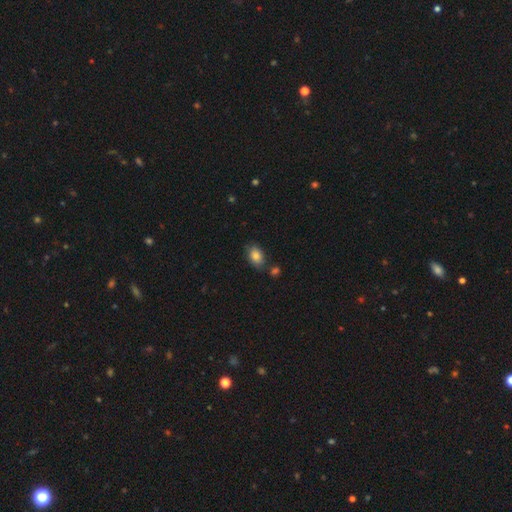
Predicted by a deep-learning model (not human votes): Overall: smooth (83%). How rounded: in between (83%). Merging: none (74%).